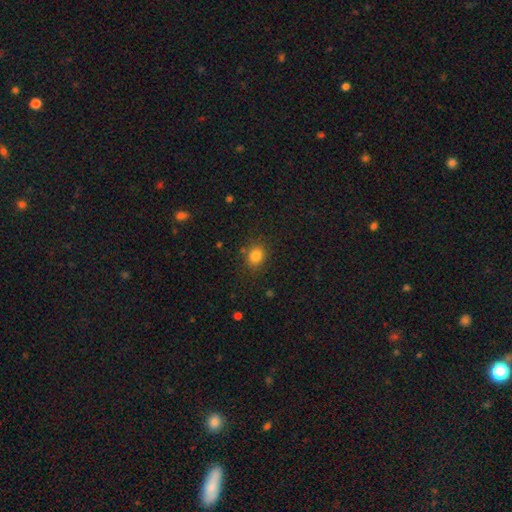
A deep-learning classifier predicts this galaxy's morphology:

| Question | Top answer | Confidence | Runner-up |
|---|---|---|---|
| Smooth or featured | smooth | 82% | star or artifact (12%) |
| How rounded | round | 61% | in between (39%) |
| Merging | none | 84% | minor disturbance (11%) |